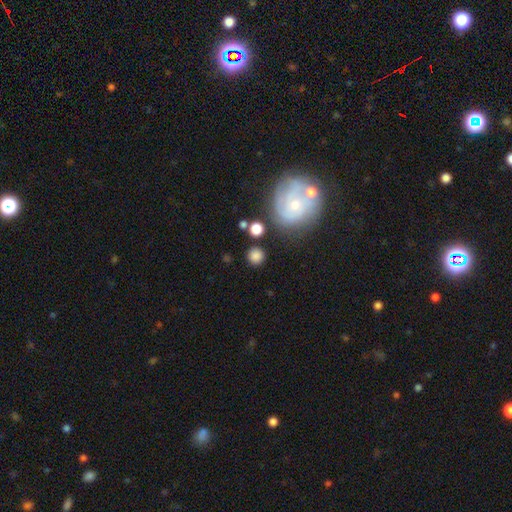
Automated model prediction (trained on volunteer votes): This appears to be a smooth galaxy with no disk features (80%) that is round (90%). Merging: none (82%).